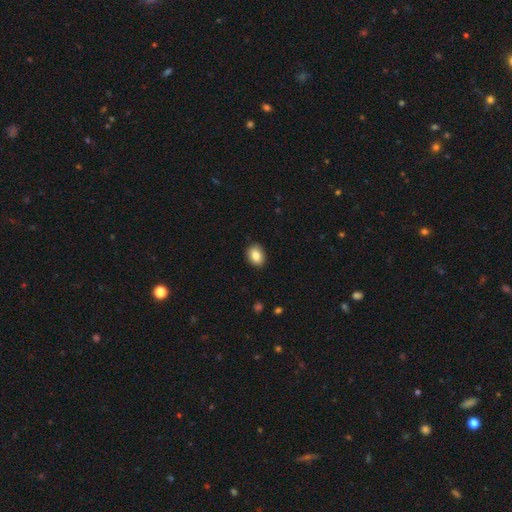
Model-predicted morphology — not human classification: Smooth or featured: smooth — 85% (star or artifact — 8%)
How rounded: in between — 71% (round — 28%)
Merging: none — 88% (minor disturbance — 9%)